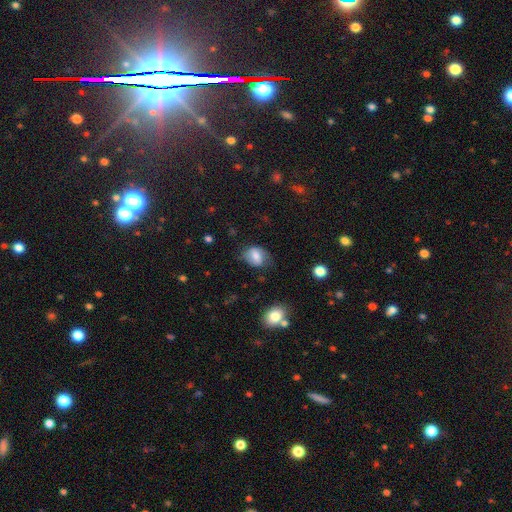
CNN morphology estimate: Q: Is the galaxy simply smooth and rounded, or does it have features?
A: smooth — 69%.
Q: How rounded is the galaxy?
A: in between — 65%.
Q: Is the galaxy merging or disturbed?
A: none — 60%.